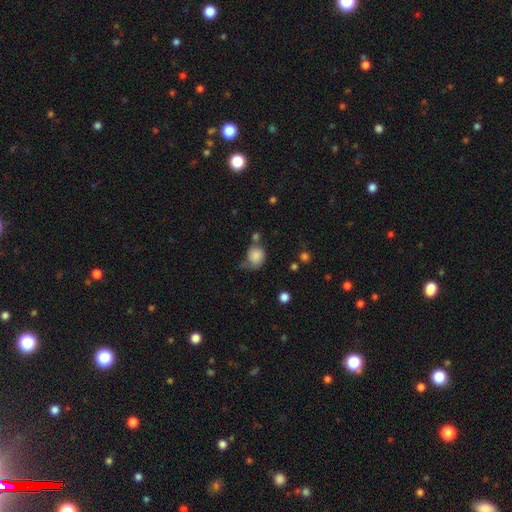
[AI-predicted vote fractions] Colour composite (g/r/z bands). It shows a smooth galaxy with no disk features (81%) that is round (66%). Merging: none (41%).